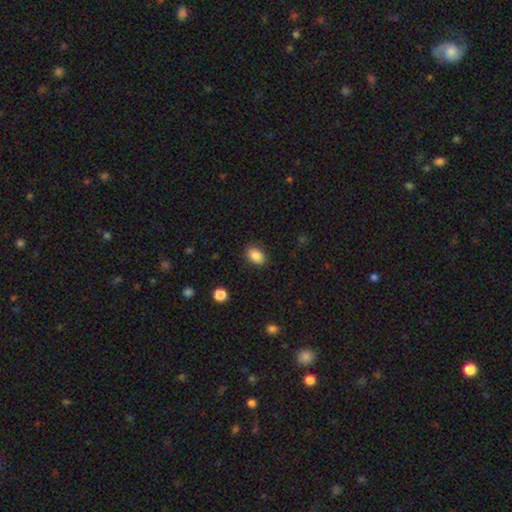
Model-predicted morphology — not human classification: Smooth or featured? smooth (87%)
How rounded? in between (82%)
Merging? none (86%)